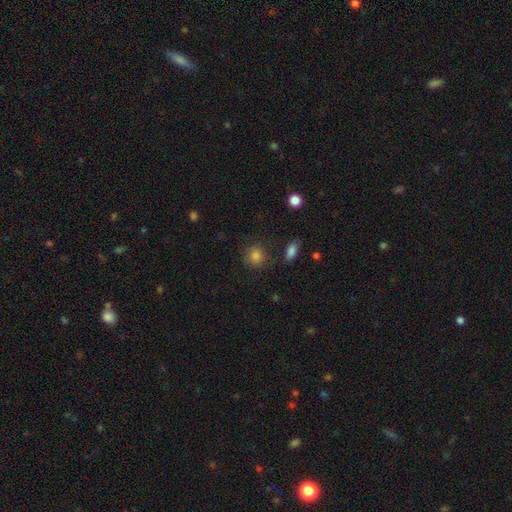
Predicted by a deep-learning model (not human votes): This is clearly a smooth galaxy (82%). How rounded: clearly round (82%). Merging: likely none (79%).